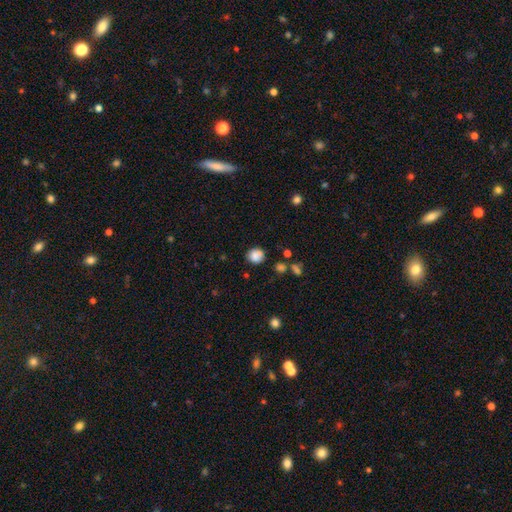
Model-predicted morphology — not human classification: Overall: smooth (83%). How rounded: round (79%). Merging: none (71%).